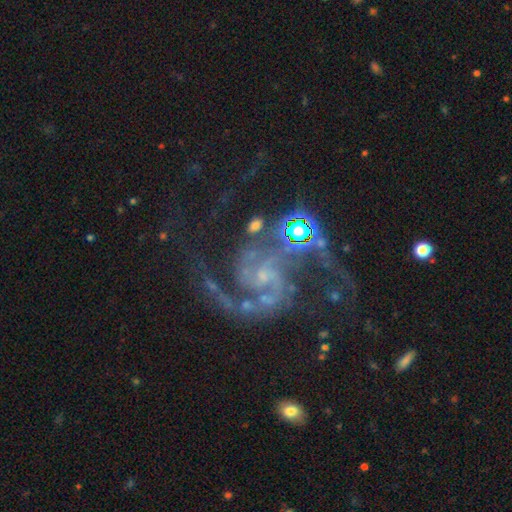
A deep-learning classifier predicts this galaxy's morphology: A featured or disk galaxy (90%) with no bar (55%), 2 (88%) medium (59%) spiral arms (98%) and a small central bulge (70%). Merging: none (58%).